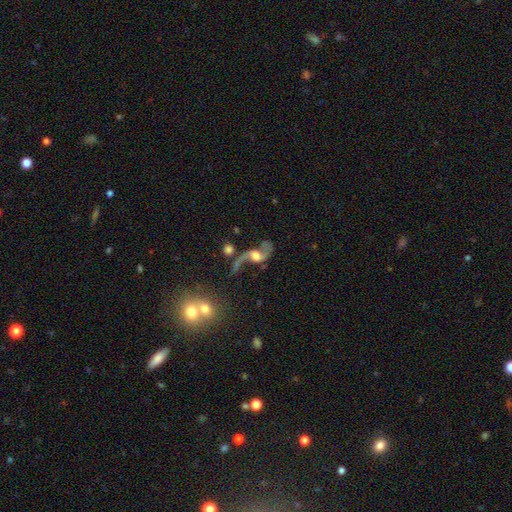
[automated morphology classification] A featured or disk galaxy (81%) with no bar (54%), 2 (88%) loose (87%) spiral arms (90%) and a moderate central bulge (55%).

Vote fractions:
- Smooth or featured? featured or disk: 81% / smooth: 11% / star or artifact: 8%
- Edge-on disk? no: 95% / yes: 5%
- Bar? no: 54% / weak: 36% / strong: 10%
- Spiral arms? yes: 90% / no: 10%
- Spiral winding? loose: 87% / medium: 10% / tight: 2%
- Spiral arm count? 2: 88% / 1: 7% / can't tell: 2% / 3: 1% / 4: 1% / more than 4: 1%
- Bulge size? moderate: 55% / large: 21% / small: 17% / none: 5% / dominant: 3%
- Merging? none: 41% / major disturbance: 25% / merger: 18% / minor disturbance: 15%